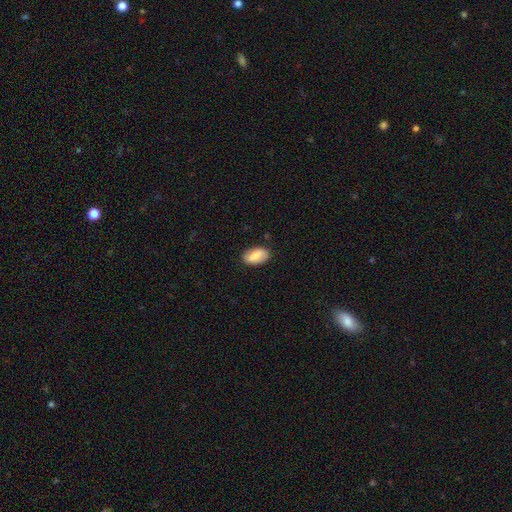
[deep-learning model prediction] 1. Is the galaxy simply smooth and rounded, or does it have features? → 79% smooth, 15% featured or disk, 6% star or artifact.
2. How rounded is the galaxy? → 93% in between, 5% round, 2% cigar-shaped.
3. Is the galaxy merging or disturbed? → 83% none, 13% minor disturbance, 3% major disturbance, 1% merger.